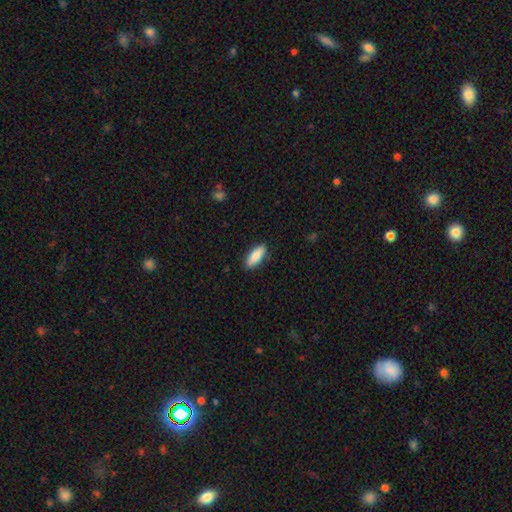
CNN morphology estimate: smooth_or_featured: smooth (p=0.86) [alt: featured or disk p=0.08]
how_rounded: in between (p=0.70) [alt: cigar-shaped p=0.28]
merging: none (p=0.88) [alt: minor disturbance p=0.09]